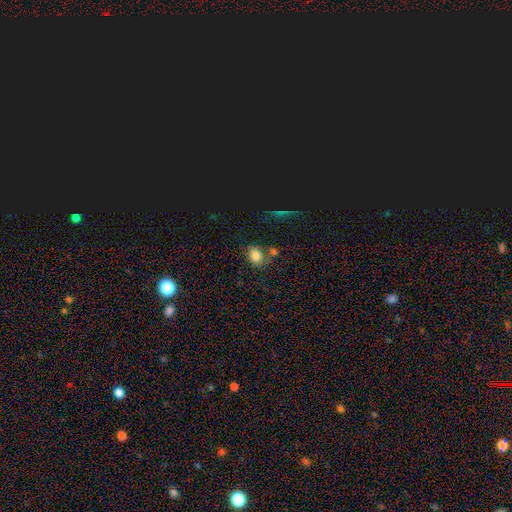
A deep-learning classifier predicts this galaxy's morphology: Overall: smooth (77%). How rounded: round (51%; in between 47%). Merging: none (63%).